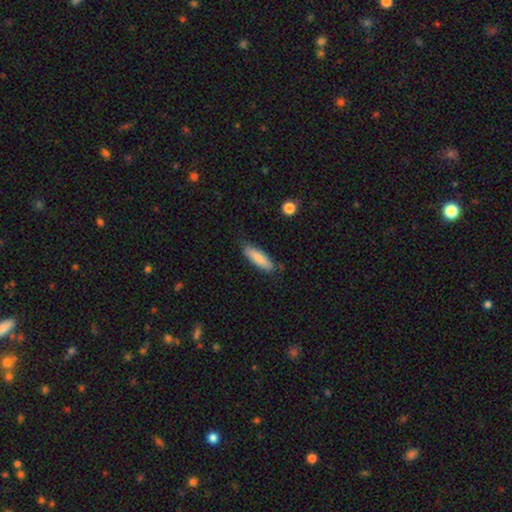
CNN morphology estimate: This appears to be a smooth galaxy with no disk features (80%) that is cigar-shaped (64%). Merging: none (82%).